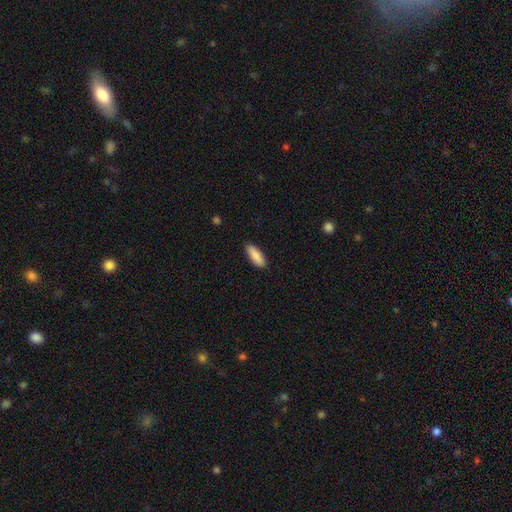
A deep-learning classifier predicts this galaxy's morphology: Q: Smooth or featured?
A: smooth (88%); runner-up: featured or disk (6%)
Q: How rounded?
A: in between (64%); runner-up: cigar-shaped (34%)
Q: Merging?
A: none (87%); runner-up: minor disturbance (10%)